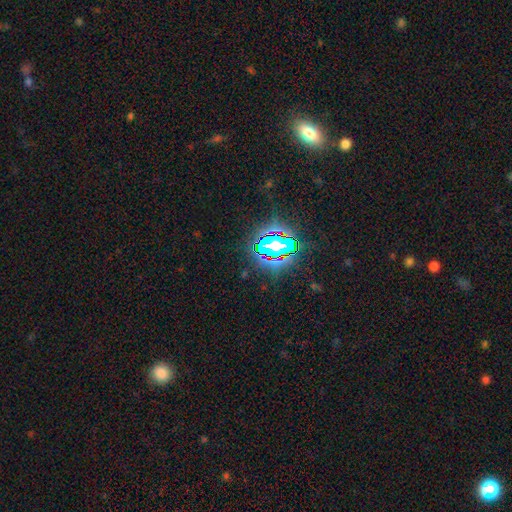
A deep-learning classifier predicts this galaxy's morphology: Smooth or featured: star or artifact — 78% (smooth — 13%)